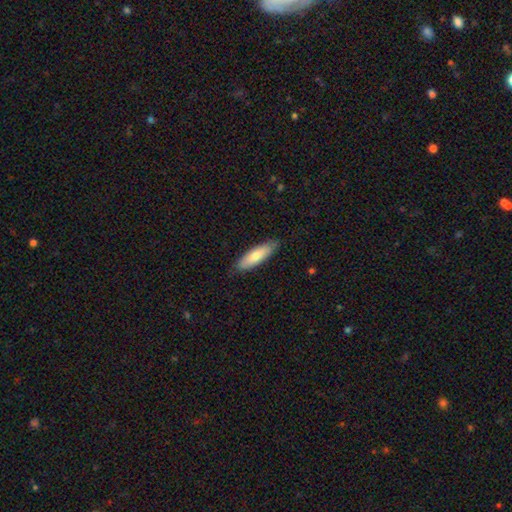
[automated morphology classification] Smooth or featured? smooth (70%)
How rounded? cigar-shaped (59%)
Merging? none (86%)